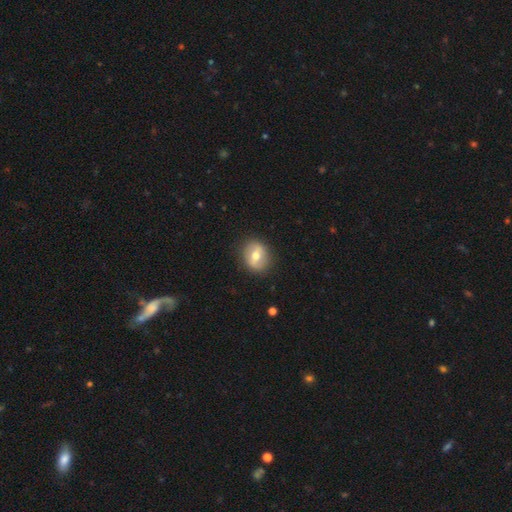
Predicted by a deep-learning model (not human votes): Q: Smooth or featured?
A: smooth (53%); runner-up: featured or disk (40%)
Q: How rounded?
A: round (61%); runner-up: in between (37%)
Q: Merging?
A: none (86%); runner-up: minor disturbance (10%)